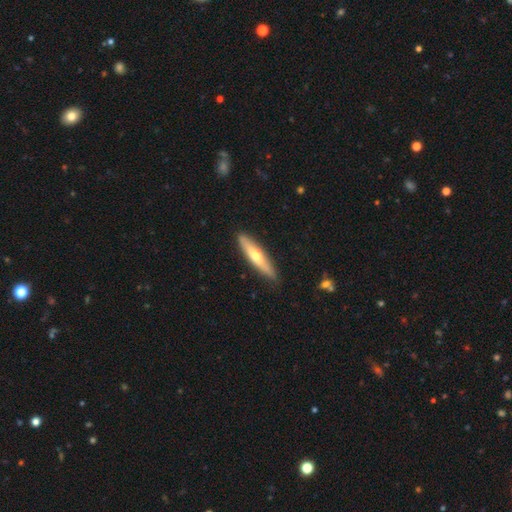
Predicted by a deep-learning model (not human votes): Smooth or featured?
  - smooth: 52% *
  - featured or disk: 43%
  - star or artifact: 5%
How rounded?
  - cigar-shaped: 84% *
  - in between: 14%
  - round: 2%
Merging?
  - none: 87% *
  - minor disturbance: 10%
  - major disturbance: 2%
  - merger: 1%